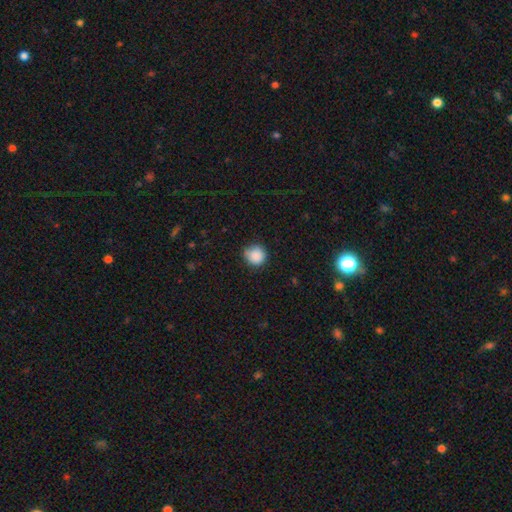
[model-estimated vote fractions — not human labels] This appears to be a smooth galaxy with no disk features (87%) that is round (93%). Merging: none (77%).